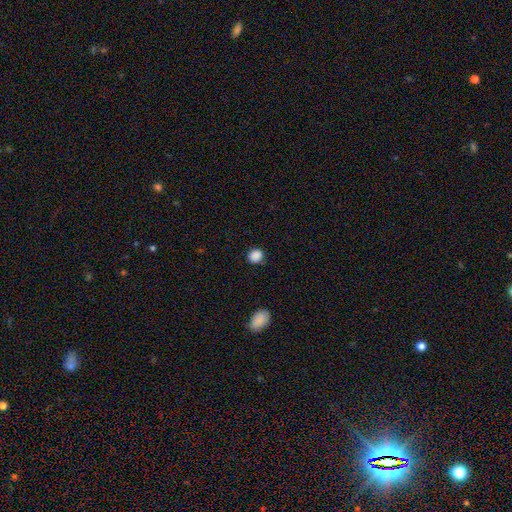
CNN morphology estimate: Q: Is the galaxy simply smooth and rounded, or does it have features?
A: smooth — 88%.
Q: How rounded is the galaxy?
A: round — 78%.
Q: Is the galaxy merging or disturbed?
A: none — 86%.